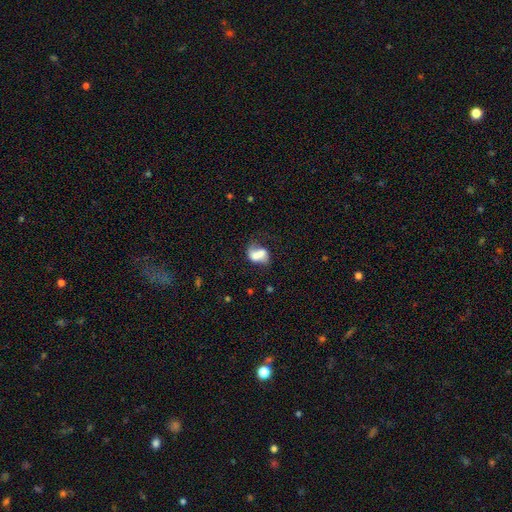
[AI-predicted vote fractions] A smooth galaxy with no disk features (53%) that is in between round and cigar-shaped (73%). Merging: merger (30%).